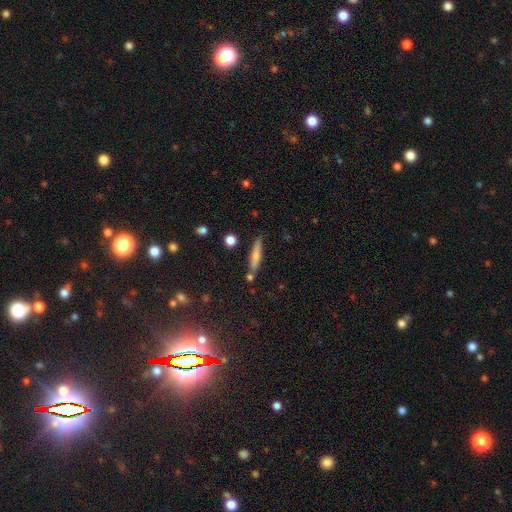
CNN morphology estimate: A smooth galaxy with no disk features (64%) that is cigar-shaped (87%).

Vote fractions:
- Smooth or featured? smooth: 64% / featured or disk: 28% / star or artifact: 8%
- How rounded? cigar-shaped: 87% / in between: 11% / round: 2%
- Merging? none: 78% / minor disturbance: 12% / merger: 7% / major disturbance: 3%